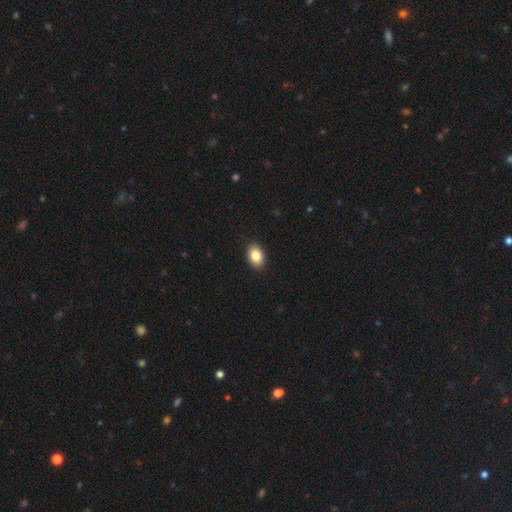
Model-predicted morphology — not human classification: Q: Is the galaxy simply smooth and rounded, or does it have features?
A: smooth — 86%.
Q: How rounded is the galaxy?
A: in between — 84%.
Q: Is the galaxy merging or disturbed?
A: none — 90%.